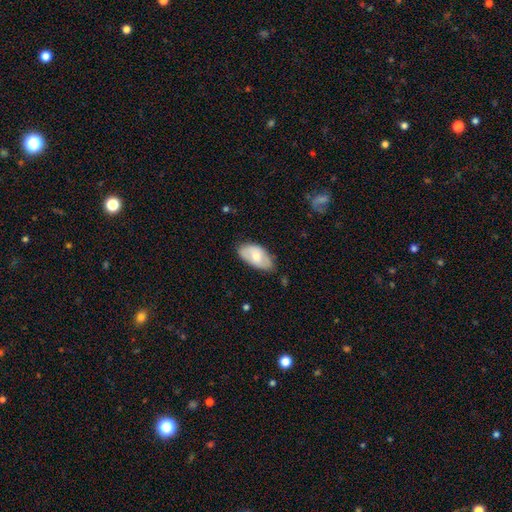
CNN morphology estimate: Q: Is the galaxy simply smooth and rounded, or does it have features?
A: smooth — 64%.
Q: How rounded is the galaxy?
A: in between — 94%.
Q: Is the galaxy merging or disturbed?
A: none — 67%.